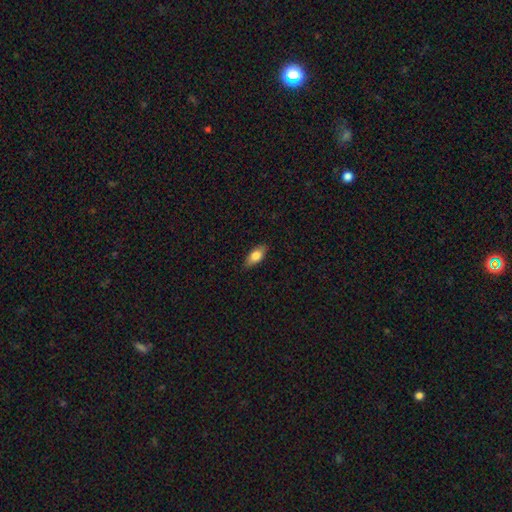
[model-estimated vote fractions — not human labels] Q: Smooth or featured?
A: smooth (78%); runner-up: featured or disk (15%)
Q: How rounded?
A: in between (86%); runner-up: cigar-shaped (10%)
Q: Merging?
A: none (86%); runner-up: minor disturbance (11%)